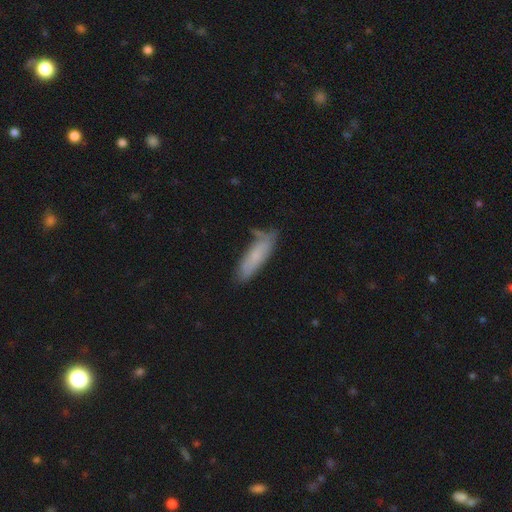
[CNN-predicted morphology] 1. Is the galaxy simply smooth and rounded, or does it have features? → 72% smooth, 20% featured or disk, 7% star or artifact.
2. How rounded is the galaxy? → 58% cigar-shaped, 40% in between, 2% round.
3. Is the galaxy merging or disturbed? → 66% none, 24% minor disturbance, 6% major disturbance, 4% merger.